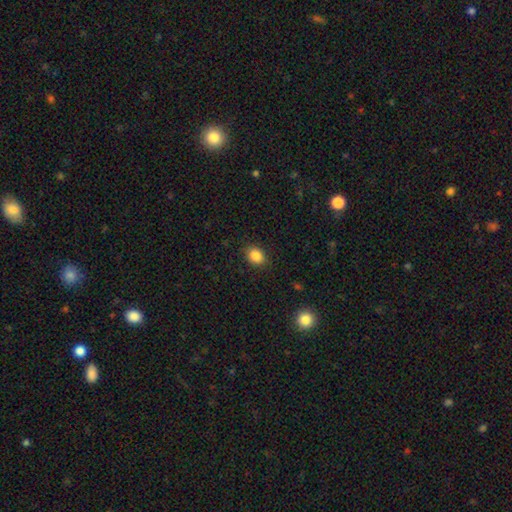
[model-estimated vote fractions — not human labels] smooth_or_featured: smooth (p=0.87) [alt: star or artifact p=0.09]
how_rounded: in between (p=0.54) [alt: round p=0.45]
merging: none (p=0.87) [alt: minor disturbance p=0.09]